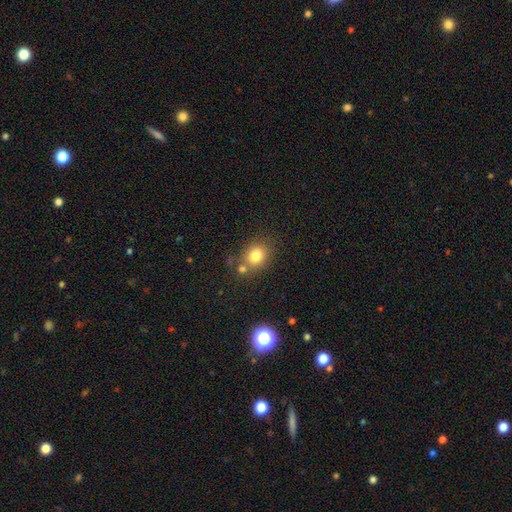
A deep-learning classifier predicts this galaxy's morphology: smooth-or-featured: smooth: 80% | star or artifact: 12% | featured or disk: 8%
  how-rounded: round: 61% | in between: 38% | cigar-shaped: 1%
  merging: none: 67% | merger: 17% | minor disturbance: 13% | major disturbance: 4%